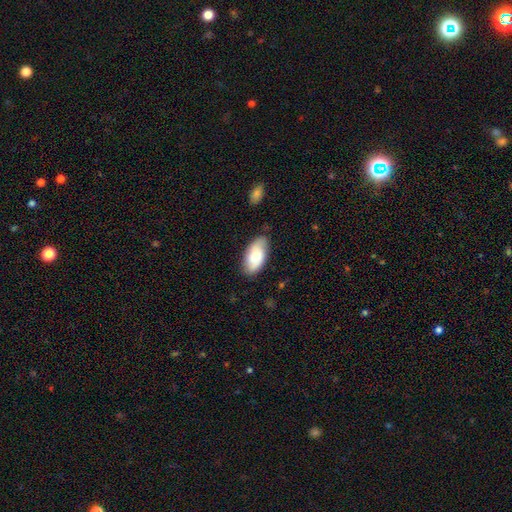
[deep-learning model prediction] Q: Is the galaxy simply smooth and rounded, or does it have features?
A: smooth — 75%.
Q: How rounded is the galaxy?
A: in between — 94%.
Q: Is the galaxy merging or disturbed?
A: none — 75%.